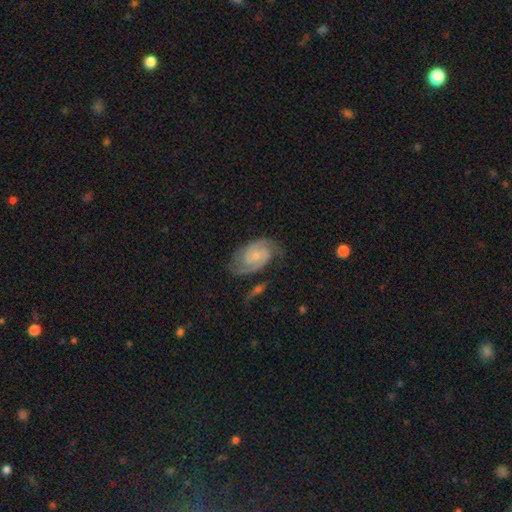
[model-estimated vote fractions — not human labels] This is clearly a featured or disk galaxy (86%). It is clearly not viewed edge-on (97%). Bar: likely no (62%). Spiral arm pattern: clearly yes (97%). Spiral arm count: clearly 2 (87%). Spiral winding: possibly tight (45%). Central bulge: likely small (68%). Merging: likely none (72%).